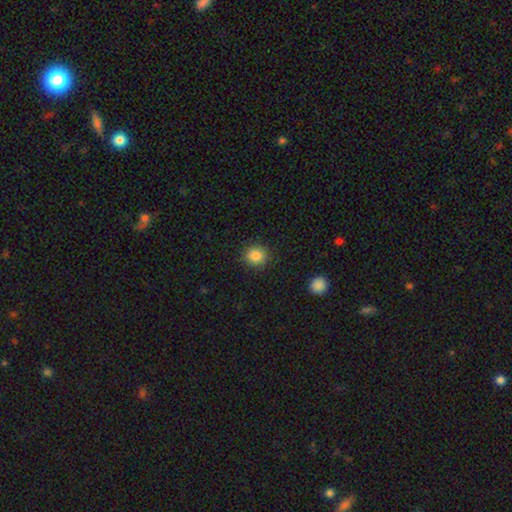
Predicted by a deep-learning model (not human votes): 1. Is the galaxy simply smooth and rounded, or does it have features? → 86% smooth, 10% star or artifact, 4% featured or disk.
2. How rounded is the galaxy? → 87% round, 12% in between, 1% cigar-shaped.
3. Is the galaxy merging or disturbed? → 89% none, 8% minor disturbance, 2% major disturbance, 1% merger.